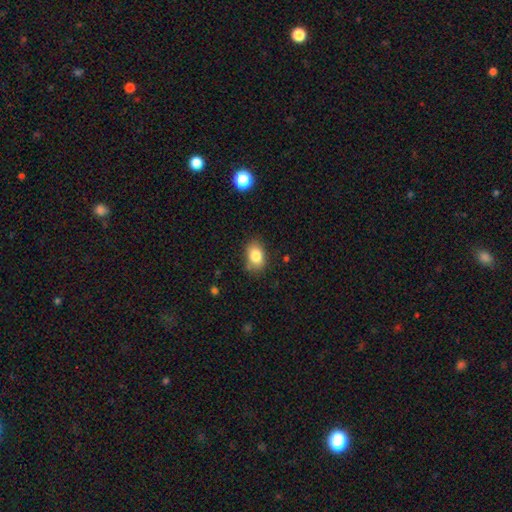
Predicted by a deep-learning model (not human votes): smooth 83%, star or artifact 9%, featured or disk 8%. Down the decision tree: how rounded — in between (80%); merging — none (78%).